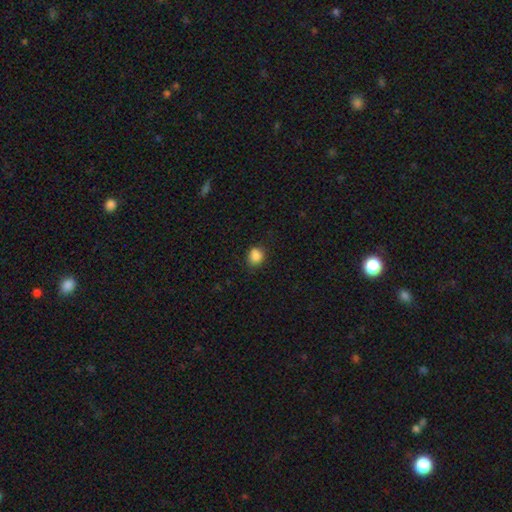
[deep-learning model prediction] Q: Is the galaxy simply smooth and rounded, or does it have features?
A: smooth — 86%.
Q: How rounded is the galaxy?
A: round — 67%.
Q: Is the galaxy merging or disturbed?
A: none — 77%.